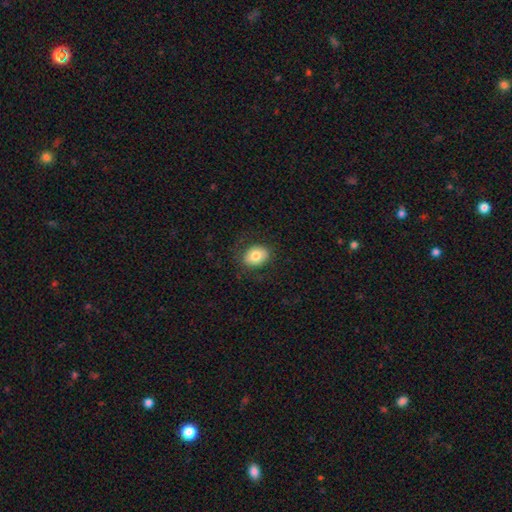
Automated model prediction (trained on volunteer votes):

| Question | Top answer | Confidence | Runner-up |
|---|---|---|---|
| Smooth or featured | smooth | 78% | featured or disk (14%) |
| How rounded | in between | 62% | round (37%) |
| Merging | none | 81% | minor disturbance (12%) |